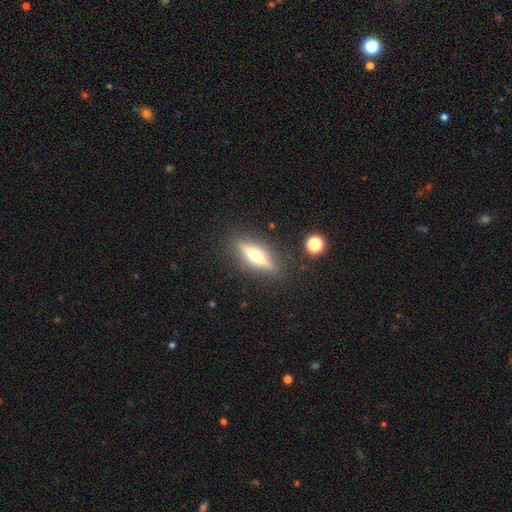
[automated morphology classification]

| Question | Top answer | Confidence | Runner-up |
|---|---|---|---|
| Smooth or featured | featured or disk | 72% | smooth (21%) |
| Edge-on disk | yes | 95% | no (5%) |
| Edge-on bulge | rounded | 87% | boxy (7%) |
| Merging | none | 87% | minor disturbance (9%) |